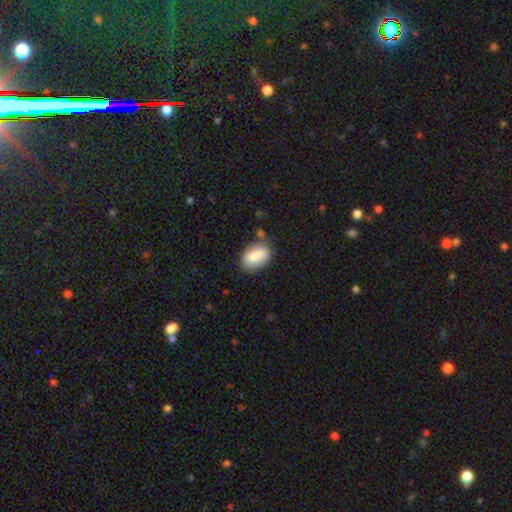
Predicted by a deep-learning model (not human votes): Overall: smooth (81%). How rounded: in between (86%). Merging: none (75%).